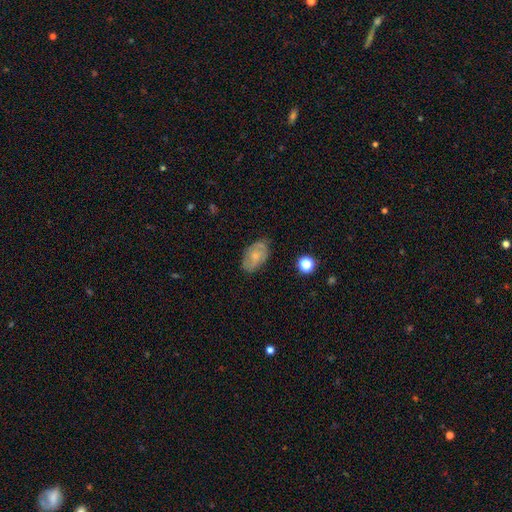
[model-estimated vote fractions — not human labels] A smooth galaxy with no disk features (49%). Merging: none (77%).